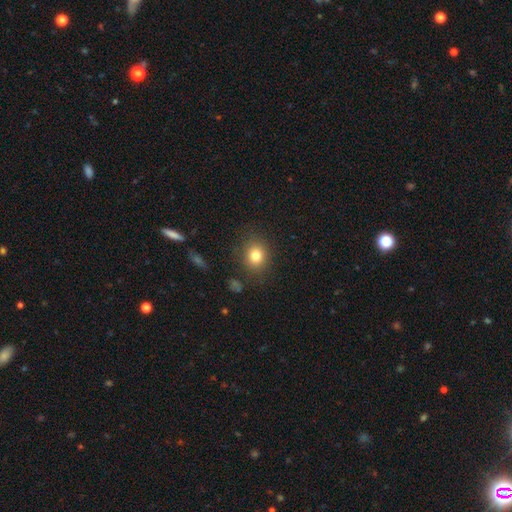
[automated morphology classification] Smooth or featured: smooth — 81% (star or artifact — 12%)
How rounded: round — 74% (in between — 25%)
Merging: none — 85% (minor disturbance — 10%)